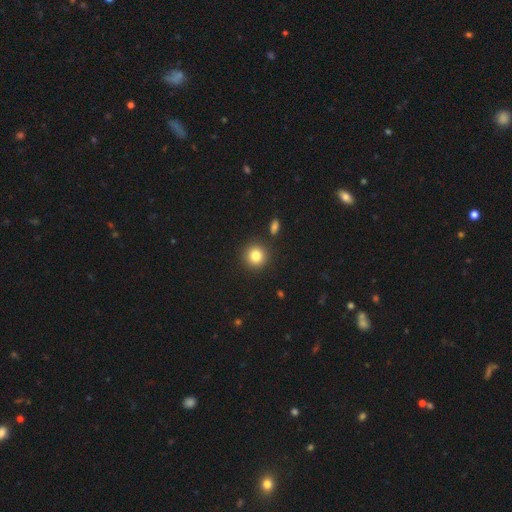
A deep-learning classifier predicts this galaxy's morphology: Q: Smooth or featured?
A: smooth (83%); runner-up: star or artifact (11%)
Q: How rounded?
A: round (92%); runner-up: in between (7%)
Q: Merging?
A: none (88%); runner-up: minor disturbance (6%)